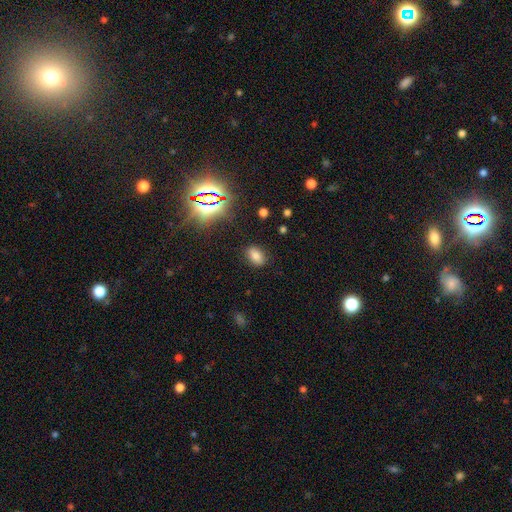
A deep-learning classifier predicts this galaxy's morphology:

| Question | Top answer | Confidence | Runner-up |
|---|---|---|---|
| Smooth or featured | smooth | 75% | star or artifact (17%) |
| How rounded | in between | 84% | round (14%) |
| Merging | none | 85% | minor disturbance (10%) |